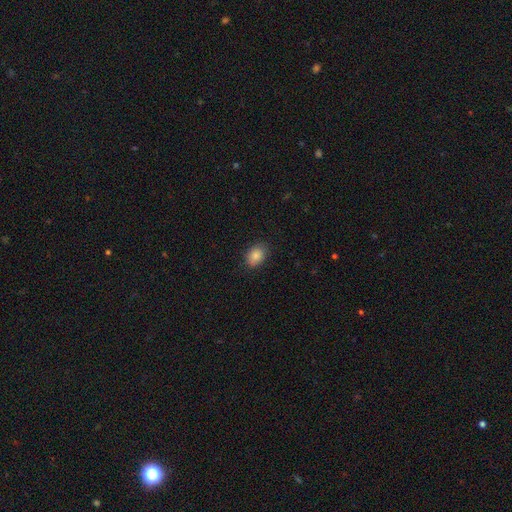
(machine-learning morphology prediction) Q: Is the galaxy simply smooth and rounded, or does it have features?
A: smooth — 86%.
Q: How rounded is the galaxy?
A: in between — 75%.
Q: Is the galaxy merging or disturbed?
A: none — 85%.